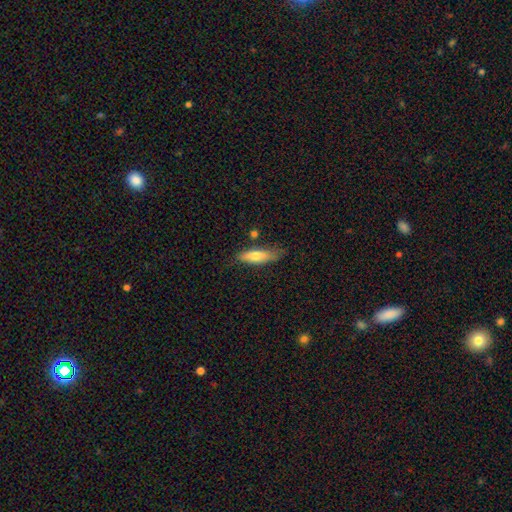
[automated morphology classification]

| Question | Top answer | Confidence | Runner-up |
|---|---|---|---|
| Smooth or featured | smooth | 66% | featured or disk (28%) |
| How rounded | cigar-shaped | 59% | in between (39%) |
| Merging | none | 66% | minor disturbance (24%) |